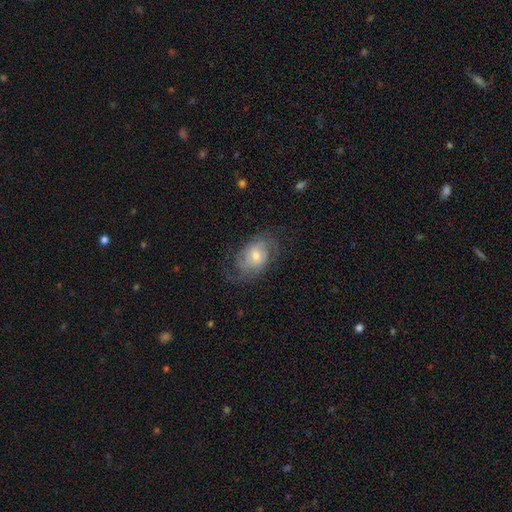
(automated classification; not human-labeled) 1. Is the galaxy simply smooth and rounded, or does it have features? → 66% featured or disk, 26% smooth, 7% star or artifact.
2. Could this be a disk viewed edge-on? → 96% no, 4% yes.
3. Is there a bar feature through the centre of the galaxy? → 59% no, 35% weak, 6% strong.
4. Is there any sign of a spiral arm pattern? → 87% yes, 13% no.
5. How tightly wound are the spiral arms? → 42% medium, 34% tight, 25% loose.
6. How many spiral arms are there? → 42% 2, 31% can't tell, 13% 3, 6% 1, 4% 4, 3% more than 4.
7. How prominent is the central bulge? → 58% moderate, 35% small, 5% large, 2% none, 1% dominant.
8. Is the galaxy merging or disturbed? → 61% none, 22% minor disturbance, 16% major disturbance, 1% merger.